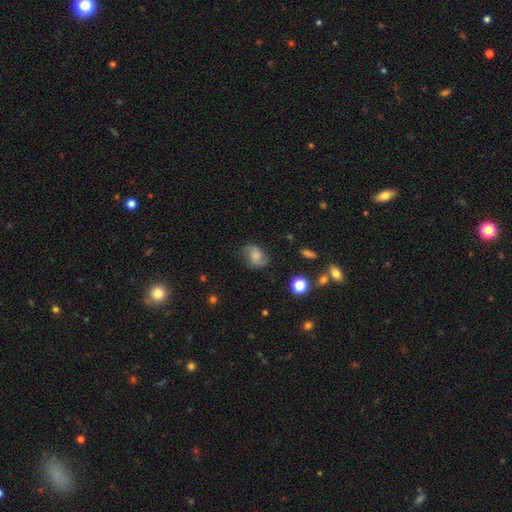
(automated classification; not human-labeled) A featured or disk galaxy (64%) with no bar (61%), 2 (91%) loose (49%) spiral arms (94%) and a moderate central bulge (31%). Merging: none (73%).